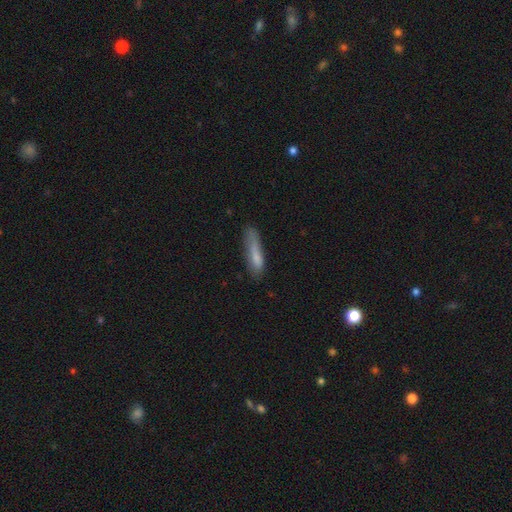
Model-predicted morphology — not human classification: This appears to be a smooth galaxy with no disk features (75%) that is cigar-shaped (74%). Merging: none (51%).